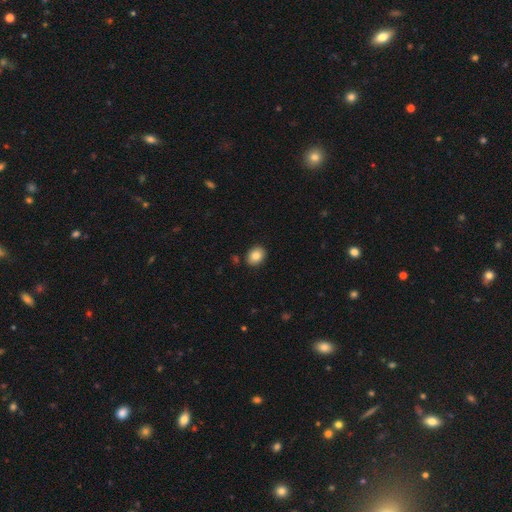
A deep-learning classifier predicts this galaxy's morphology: A smooth galaxy with no disk features (85%) that is in between round and cigar-shaped (50%). Merging: none (89%).